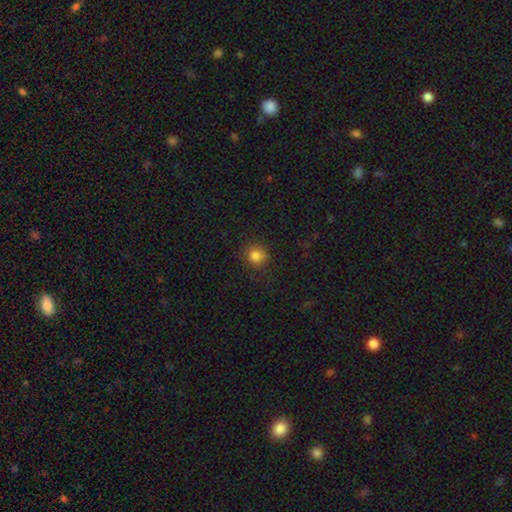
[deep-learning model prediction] smooth 83%, star or artifact 12%, featured or disk 5%. Down the decision tree: how rounded — round (88%); merging — none (86%).